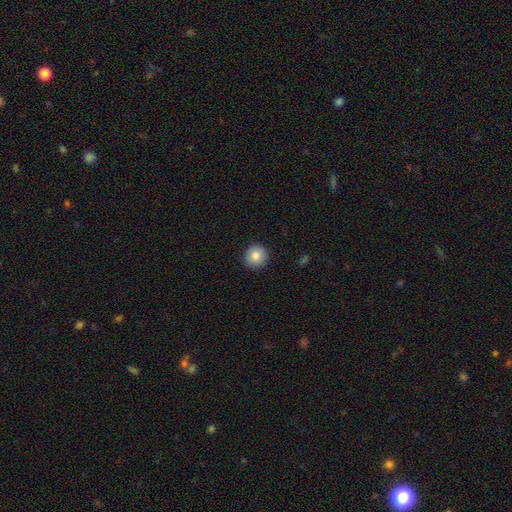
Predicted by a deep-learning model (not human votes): Smooth or featured? smooth (85%)
How rounded? round (94%)
Merging? none (92%)